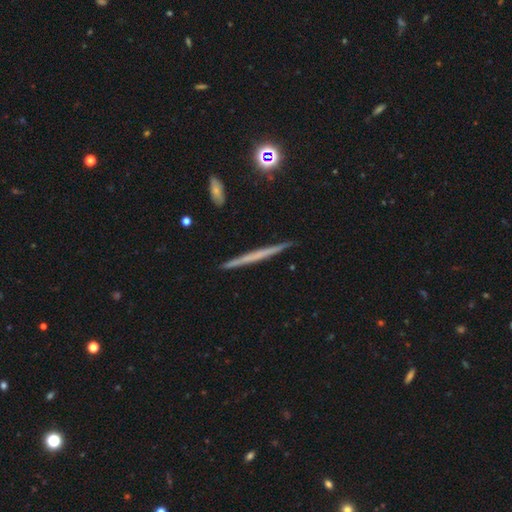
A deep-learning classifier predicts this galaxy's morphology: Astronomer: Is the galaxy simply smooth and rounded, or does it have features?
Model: featured or disk — 53% (runner-up: smooth, 39%).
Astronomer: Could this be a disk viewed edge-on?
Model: yes — 97%.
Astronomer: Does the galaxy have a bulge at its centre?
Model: none — 90%.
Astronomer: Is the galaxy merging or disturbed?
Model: none — 91%.